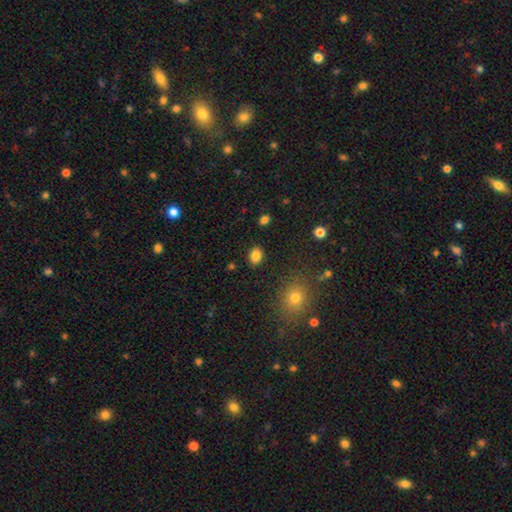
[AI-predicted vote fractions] A smooth galaxy with no disk features (84%) that is in between round and cigar-shaped (66%).

Vote fractions:
- Smooth or featured? smooth: 84% / star or artifact: 11% / featured or disk: 5%
- How rounded? in between: 66% / round: 33% / cigar-shaped: 1%
- Merging? none: 87% / minor disturbance: 9% / major disturbance: 3% / merger: 2%